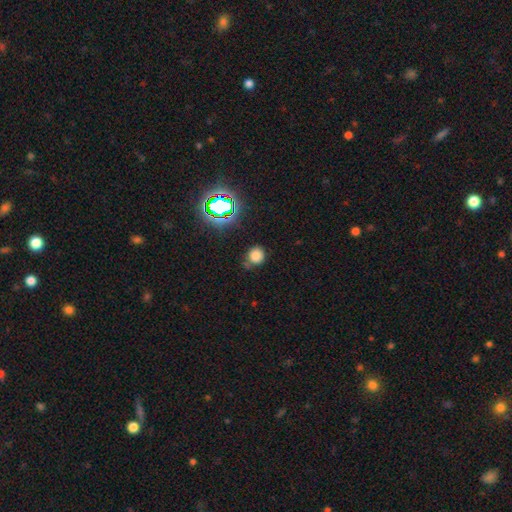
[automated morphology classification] The model was most divided on "merging": none: 69%, minor disturbance: 20%, merger: 6%, major disturbance: 5%. More confident: how rounded — round (84%); smooth or featured — smooth (75%).